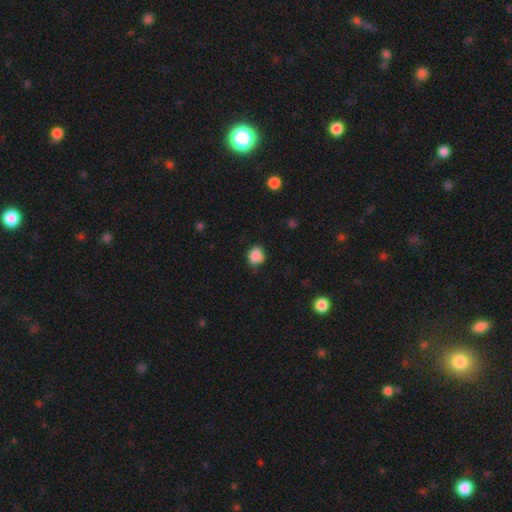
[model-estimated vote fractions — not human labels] Smooth or featured: smooth — 86% (star or artifact — 10%)
How rounded: round — 64% (in between — 35%)
Merging: none — 67% (minor disturbance — 26%)